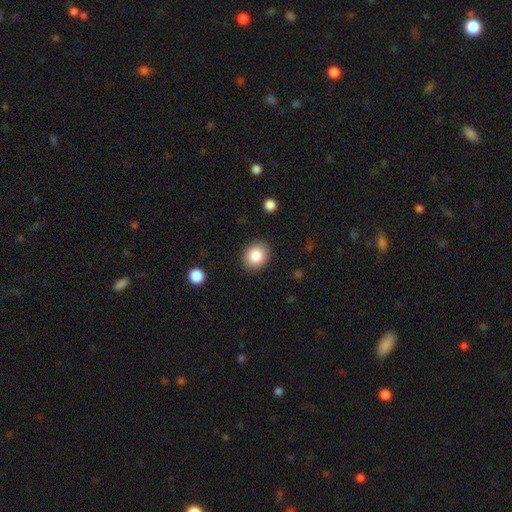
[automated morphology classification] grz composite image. It shows a smooth galaxy with no disk features (85%) that is round (67%). Merging: none (88%).